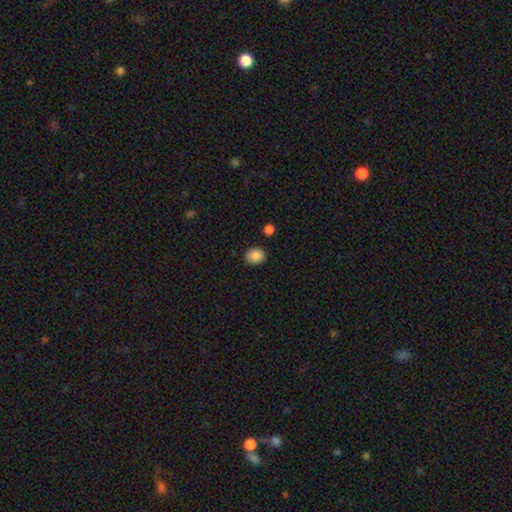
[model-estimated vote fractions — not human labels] Smooth or featured: smooth — 86% (star or artifact — 9%)
How rounded: round — 58% (in between — 41%)
Merging: none — 87% (minor disturbance — 9%)